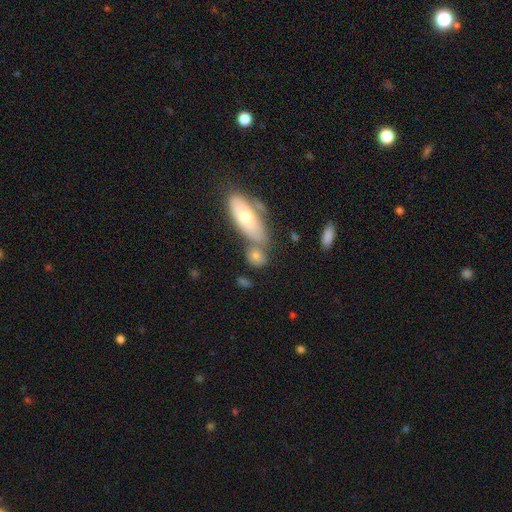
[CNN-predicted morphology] The model was most divided on "how rounded": in between: 53%, round: 36%, cigar-shaped: 10%. More confident: smooth or featured — smooth (73%); merging — none (50%).